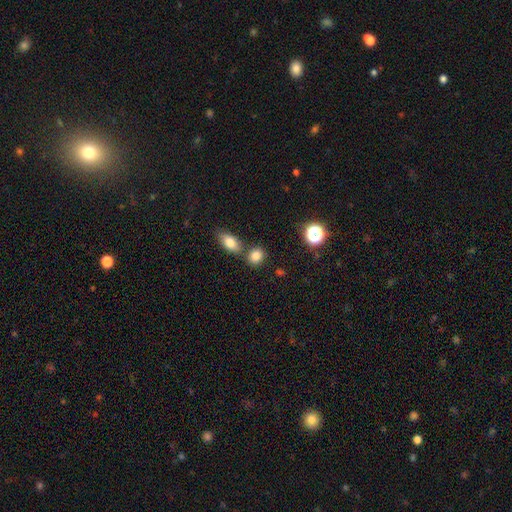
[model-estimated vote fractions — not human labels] Q: Smooth or featured?
A: smooth (82%); runner-up: star or artifact (12%)
Q: How rounded?
A: round (63%); runner-up: in between (35%)
Q: Merging?
A: none (68%); runner-up: merger (19%)